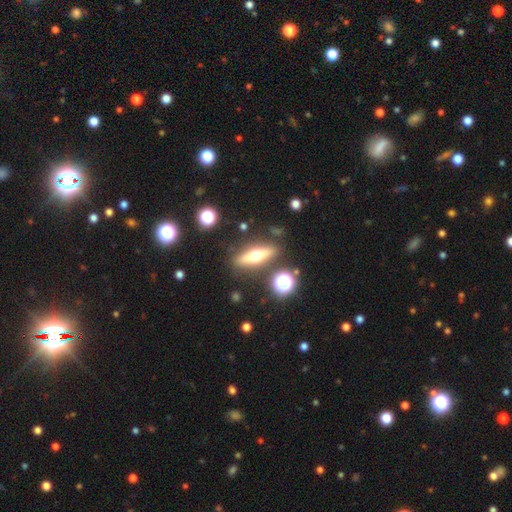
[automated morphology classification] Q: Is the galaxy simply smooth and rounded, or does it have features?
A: featured or disk — 55%.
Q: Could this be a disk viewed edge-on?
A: yes — 89%.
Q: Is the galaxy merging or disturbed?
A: none — 83%.